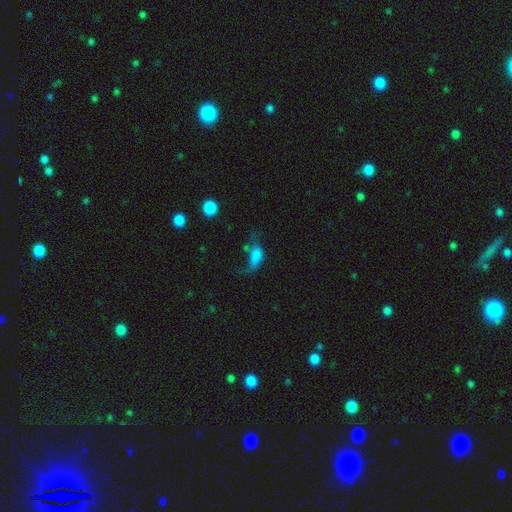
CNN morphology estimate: Smooth or featured? smooth (67%)
How rounded? in between (84%)
Merging? major disturbance (49%)